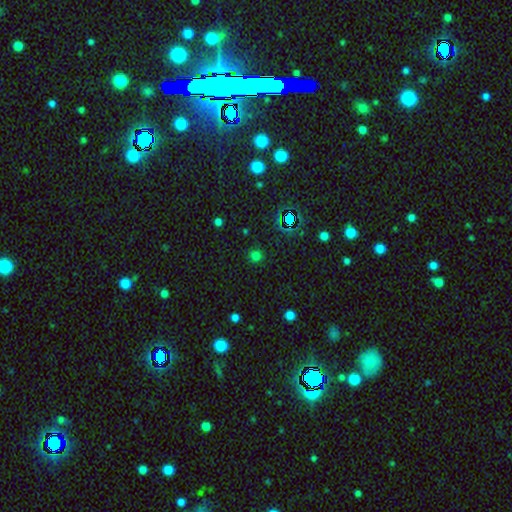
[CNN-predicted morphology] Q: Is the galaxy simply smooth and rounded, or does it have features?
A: smooth — 63%.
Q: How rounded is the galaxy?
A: round — 90%.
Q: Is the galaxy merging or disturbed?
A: none — 85%.